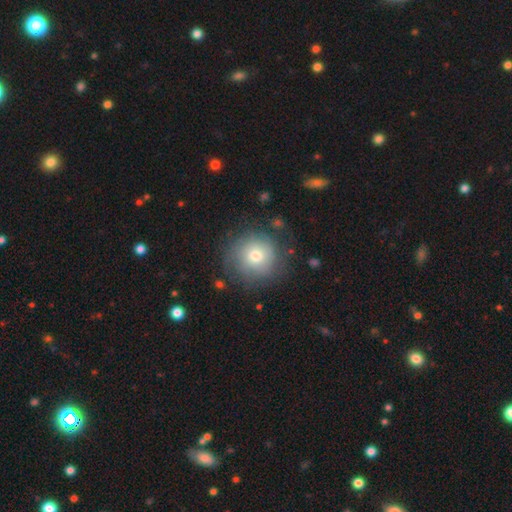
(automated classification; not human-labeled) Smooth or featured: smooth — 64% (featured or disk — 26%)
How rounded: round — 93% (in between — 6%)
Merging: none — 75% (minor disturbance — 16%)